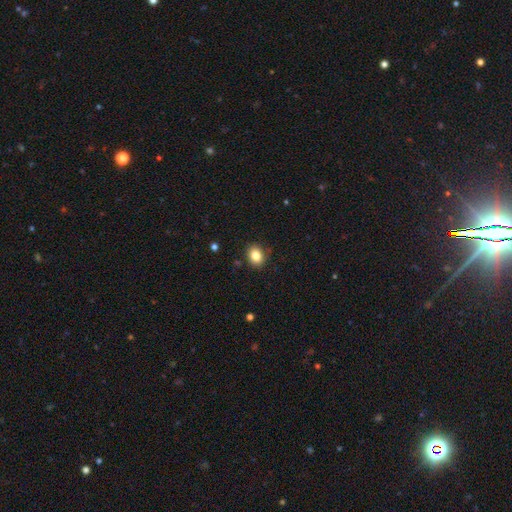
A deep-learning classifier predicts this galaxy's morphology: Overall: smooth (83%). How rounded: in between (52%; round 47%). Merging: none (88%).